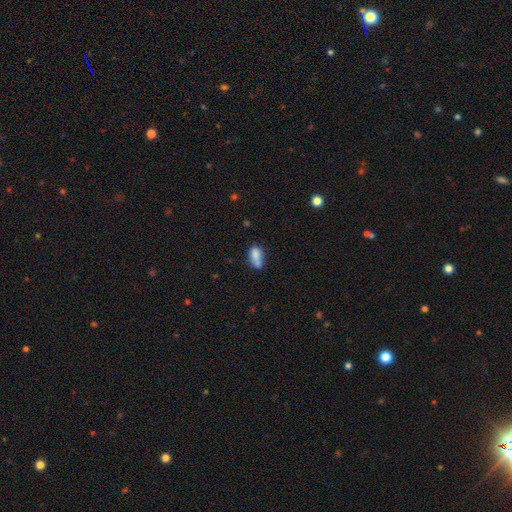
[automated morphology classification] Overall: smooth (80%). How rounded: in between (88%). Merging: none (45%; minor disturbance 28%).